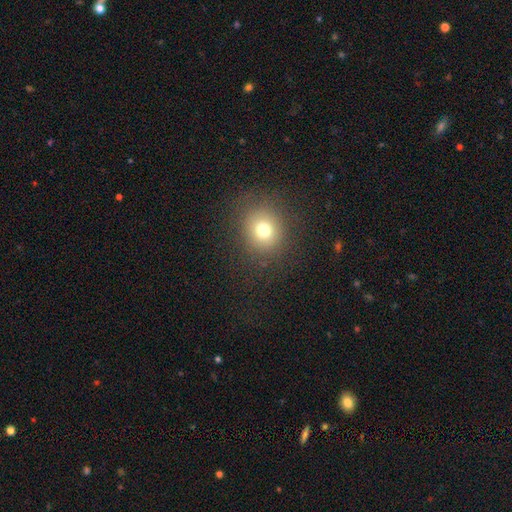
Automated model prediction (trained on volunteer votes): smooth 69%, star or artifact 24%, featured or disk 7%. Down the decision tree: how rounded — round (86%); merging — none (88%).